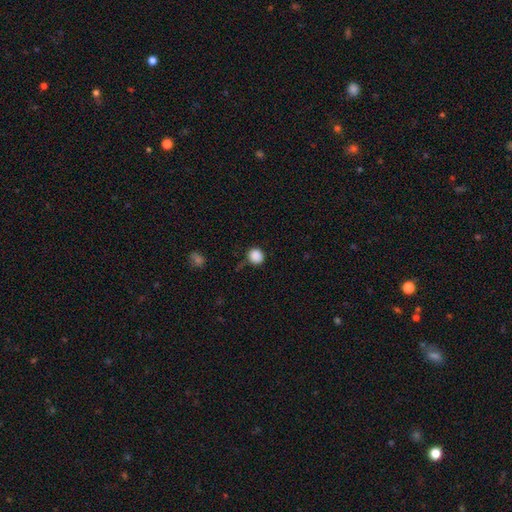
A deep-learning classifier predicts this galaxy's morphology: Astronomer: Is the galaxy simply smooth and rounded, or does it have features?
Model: smooth — 87%.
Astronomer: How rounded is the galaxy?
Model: round — 84%.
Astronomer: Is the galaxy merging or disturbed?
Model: none — 75%.